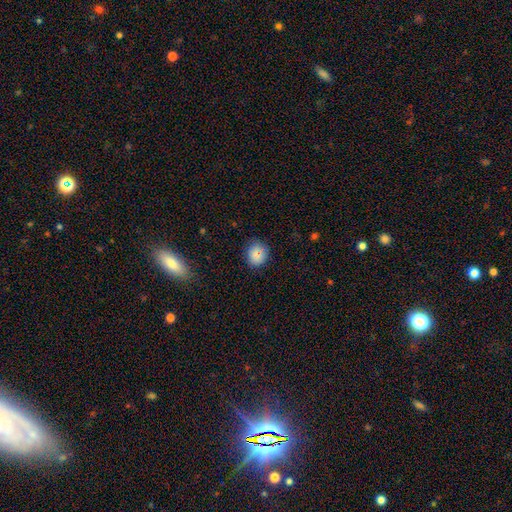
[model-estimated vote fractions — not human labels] smooth_or_featured: smooth (p=0.81) [alt: star or artifact p=0.11]
how_rounded: round (p=0.73) [alt: in between p=0.26]
merging: none (p=0.82) [alt: minor disturbance p=0.14]